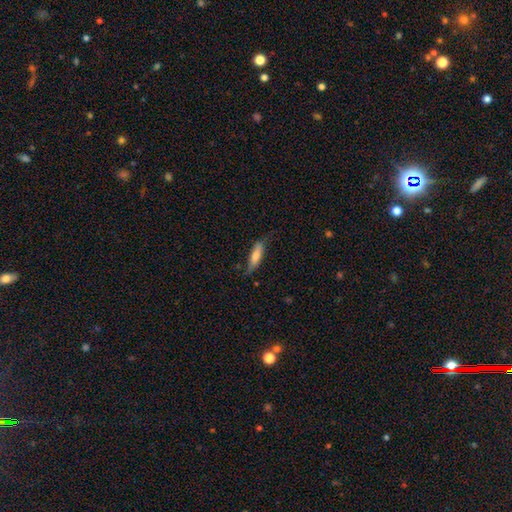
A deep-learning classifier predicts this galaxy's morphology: Overall: smooth (69%). How rounded: cigar-shaped (61%; in between 37%). Merging: none (68%).